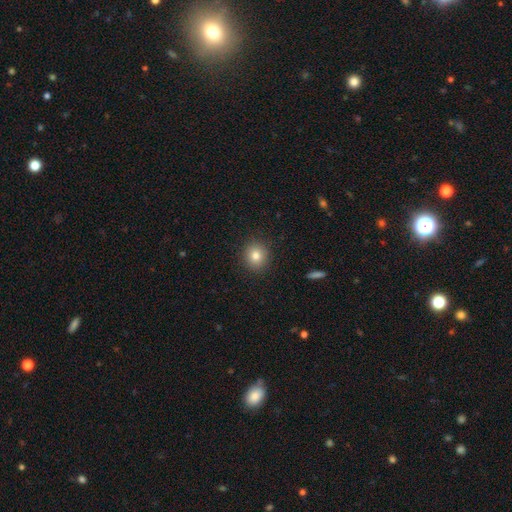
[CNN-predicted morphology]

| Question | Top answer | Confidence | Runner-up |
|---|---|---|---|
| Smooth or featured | smooth | 80% | star or artifact (11%) |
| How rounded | round | 87% | in between (12%) |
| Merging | none | 90% | minor disturbance (7%) |